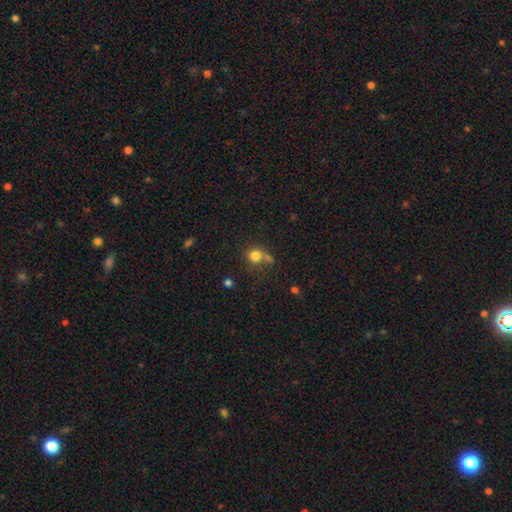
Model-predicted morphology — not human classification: The model was most divided on "merging": none: 53%, merger: 23%, minor disturbance: 15%, major disturbance: 9%. More confident: how rounded — round (83%); smooth or featured — smooth (79%).